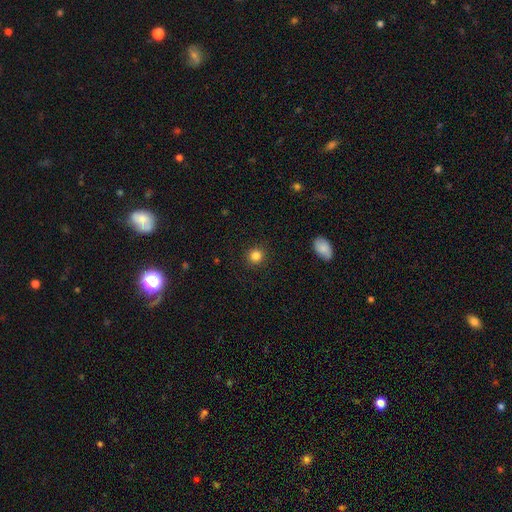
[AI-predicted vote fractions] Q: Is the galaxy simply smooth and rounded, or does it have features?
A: smooth — 84%.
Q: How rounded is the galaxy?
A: round — 90%.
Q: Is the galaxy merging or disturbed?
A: none — 91%.